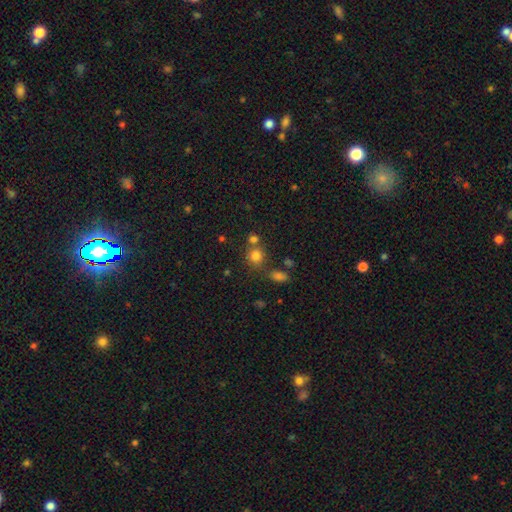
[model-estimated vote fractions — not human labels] Morphology: type=smooth (79%); roundness=round (83%); merging=none (64%).